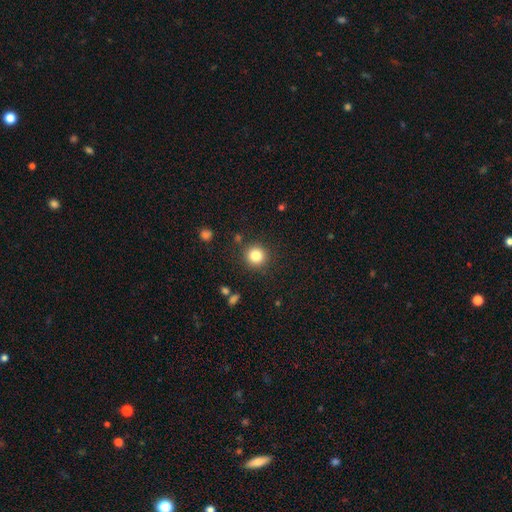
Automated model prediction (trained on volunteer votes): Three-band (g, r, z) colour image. It shows a smooth galaxy with no disk features (82%) that is round (94%). Merging: none (88%).